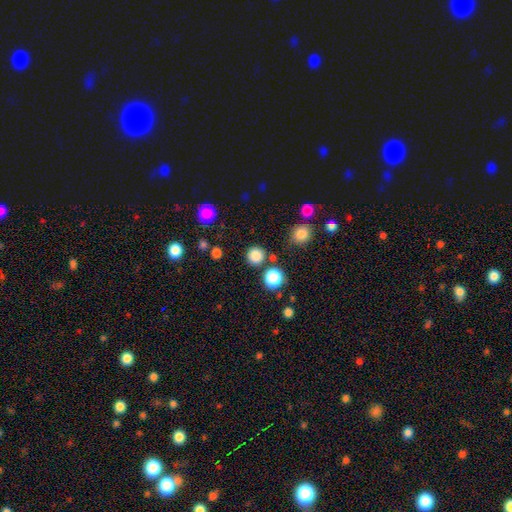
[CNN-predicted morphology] Q: Smooth or featured?
A: smooth (83%); runner-up: star or artifact (13%)
Q: How rounded?
A: round (94%); runner-up: in between (5%)
Q: Merging?
A: none (86%); runner-up: minor disturbance (6%)